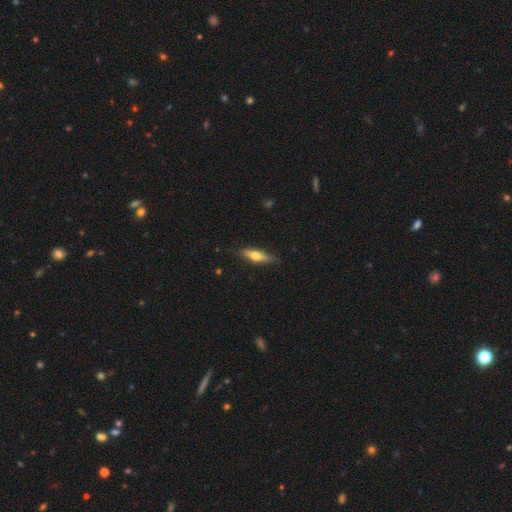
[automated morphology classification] smooth 50%, featured or disk 44%, star or artifact 6%. Down the decision tree: how rounded — cigar-shaped (72%); merging — none (83%).